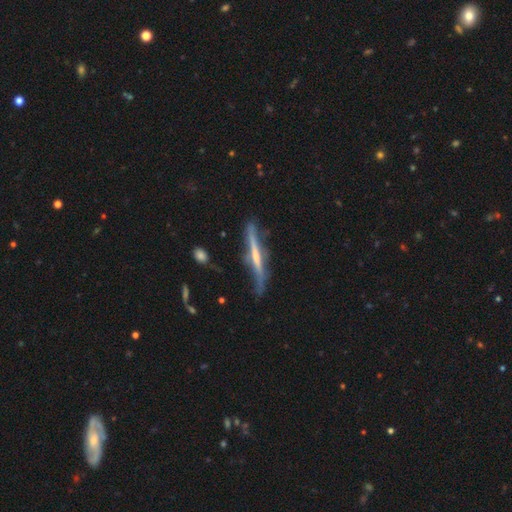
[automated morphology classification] featured or disk 74%, smooth 21%, star or artifact 6%. Down the decision tree: edge-on disk — yes (94%); edge-on bulge — rounded (47%); merging — none (67%).